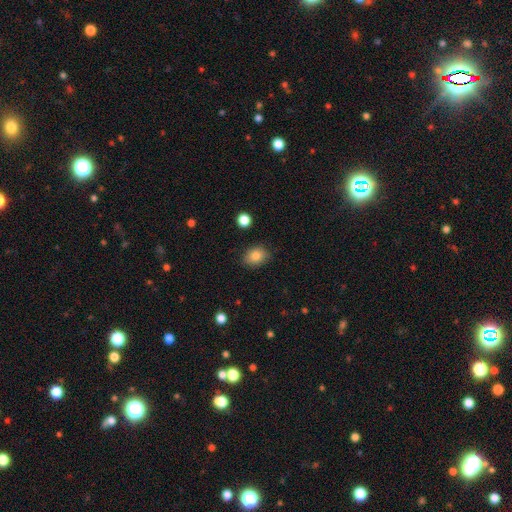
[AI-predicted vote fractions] Q: Smooth or featured?
A: smooth (84%); runner-up: star or artifact (9%)
Q: How rounded?
A: in between (66%); runner-up: round (33%)
Q: Merging?
A: none (84%); runner-up: minor disturbance (12%)